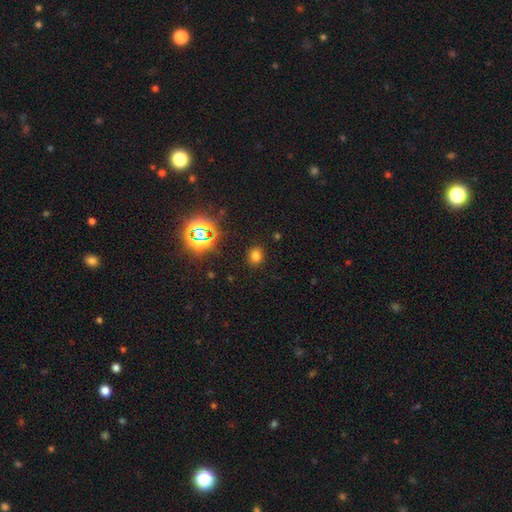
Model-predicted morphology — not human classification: A smooth galaxy with no disk features (71%) that is round (73%).

Vote fractions:
- Smooth or featured? smooth: 71% / star or artifact: 22% / featured or disk: 6%
- How rounded? round: 73% / in between: 26% / cigar-shaped: 1%
- Merging? none: 88% / minor disturbance: 7% / major disturbance: 3% / merger: 2%